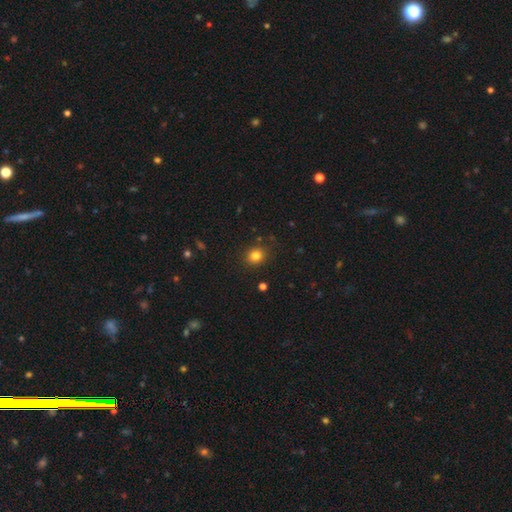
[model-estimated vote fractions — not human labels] Overall: smooth (82%). How rounded: round (75%). Merging: none (87%).